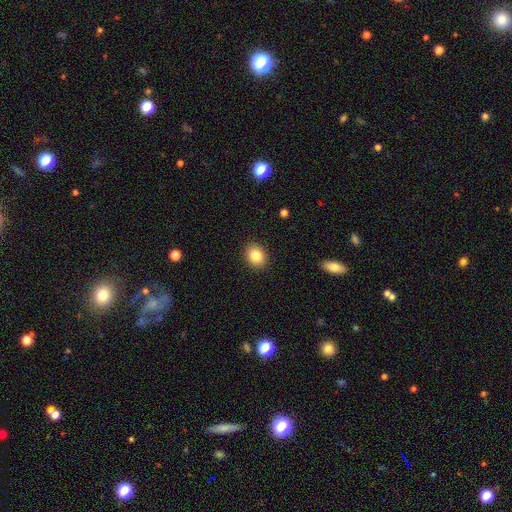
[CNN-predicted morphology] A smooth galaxy with no disk features (84%) that is round (55%). Merging: none (90%).